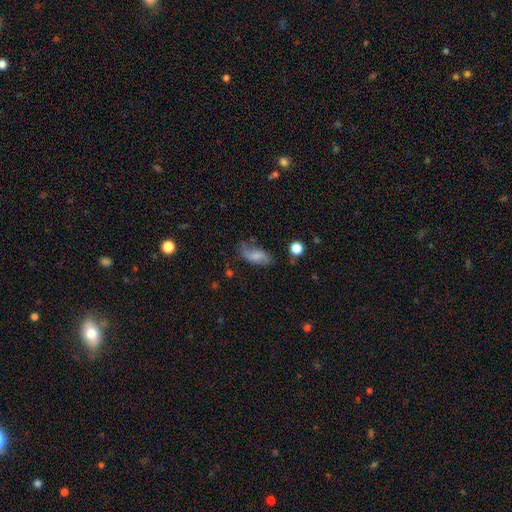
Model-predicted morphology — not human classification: smooth_or_featured: smooth (p=0.48) [alt: featured or disk p=0.43]
merging: none (p=0.59) [alt: minor disturbance p=0.27]